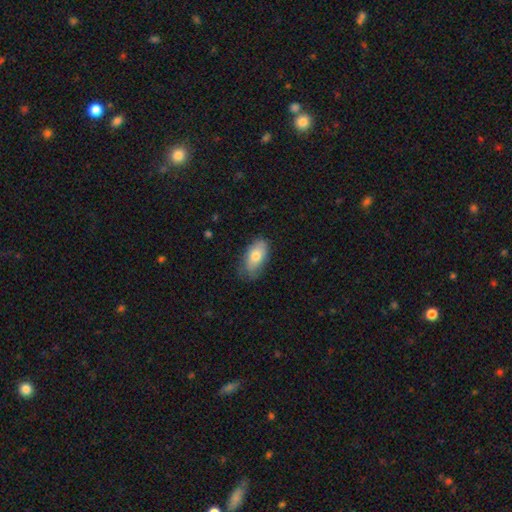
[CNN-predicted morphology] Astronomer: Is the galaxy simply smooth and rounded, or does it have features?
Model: smooth — 75%.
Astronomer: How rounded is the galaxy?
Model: in between — 90%.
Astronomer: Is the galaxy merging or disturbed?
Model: none — 70%.